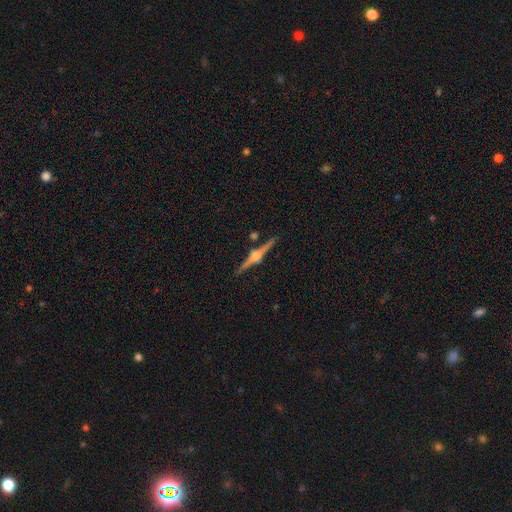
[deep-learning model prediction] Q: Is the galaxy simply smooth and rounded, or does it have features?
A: featured or disk — 86%.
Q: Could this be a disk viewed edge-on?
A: yes — 98%.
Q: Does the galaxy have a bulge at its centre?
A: rounded — 92%.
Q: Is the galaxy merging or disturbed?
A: none — 87%.